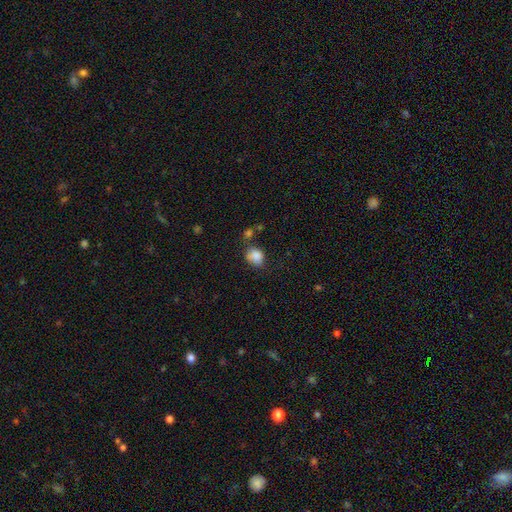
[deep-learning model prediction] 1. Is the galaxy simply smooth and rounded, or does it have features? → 84% smooth, 9% star or artifact, 7% featured or disk.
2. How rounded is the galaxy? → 52% in between, 47% round, 1% cigar-shaped.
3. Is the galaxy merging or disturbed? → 53% none, 28% minor disturbance, 10% merger, 9% major disturbance.